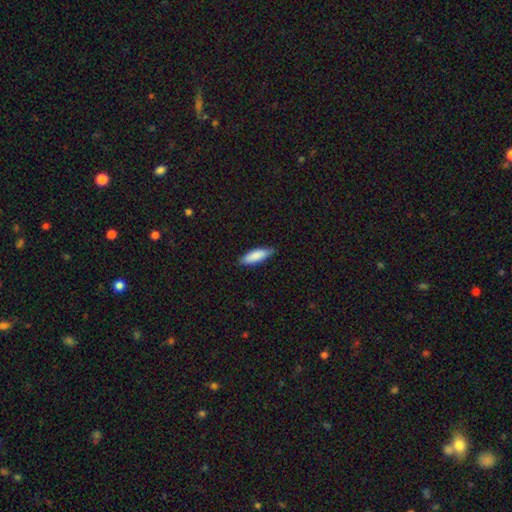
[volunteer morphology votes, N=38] type=smooth (89%); roundness=in between (50%, tied with cigar-shaped); merging=none (76%).